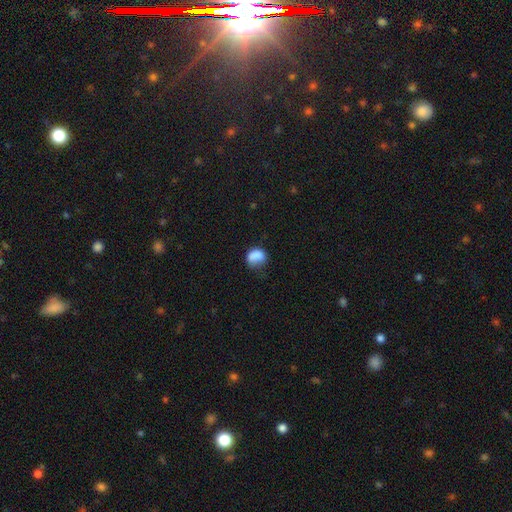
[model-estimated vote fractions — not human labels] A smooth galaxy with no disk features (81%) that is round (52%).

Vote fractions:
- Smooth or featured? smooth: 81% / featured or disk: 10% / star or artifact: 9%
- How rounded? round: 52% / in between: 47% / cigar-shaped: 1%
- Merging? none: 44% / minor disturbance: 31% / major disturbance: 19% / merger: 6%